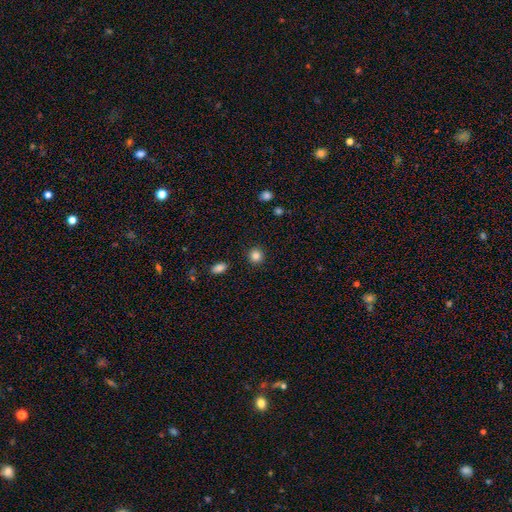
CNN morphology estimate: smooth-or-featured: smooth: 86% | star or artifact: 10% | featured or disk: 4%
  how-rounded: round: 90% | in between: 9% | cigar-shaped: 1%
  merging: none: 92% | minor disturbance: 5% | major disturbance: 2% | merger: 1%